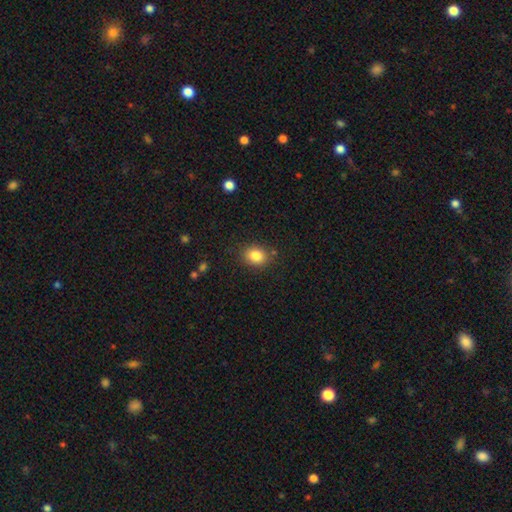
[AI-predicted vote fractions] Smooth or featured?
  - smooth: 84% *
  - star or artifact: 10%
  - featured or disk: 6%
How rounded?
  - in between: 52% *
  - round: 47%
  - cigar-shaped: 1%
Merging?
  - none: 83% *
  - minor disturbance: 11%
  - major disturbance: 3%
  - merger: 3%